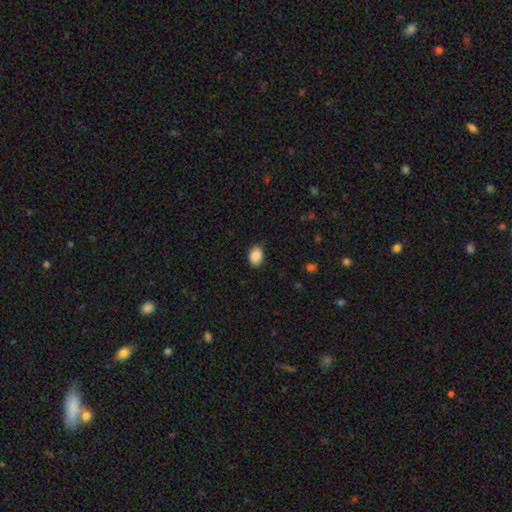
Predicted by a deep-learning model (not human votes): Overall: smooth (88%). How rounded: in between (74%). Merging: none (79%).